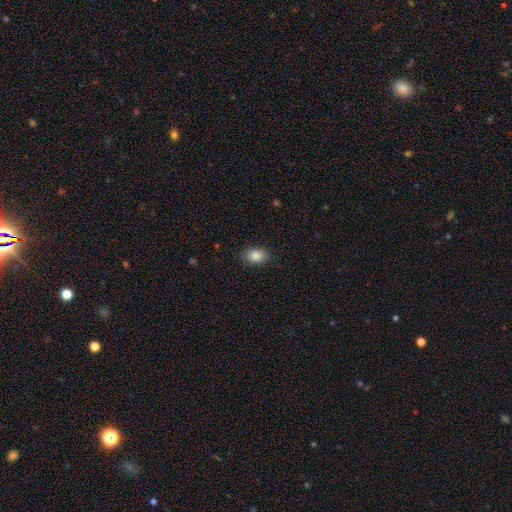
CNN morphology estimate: Smooth or featured: smooth — 86% (star or artifact — 9%)
How rounded: in between — 82% (round — 17%)
Merging: none — 88% (minor disturbance — 9%)